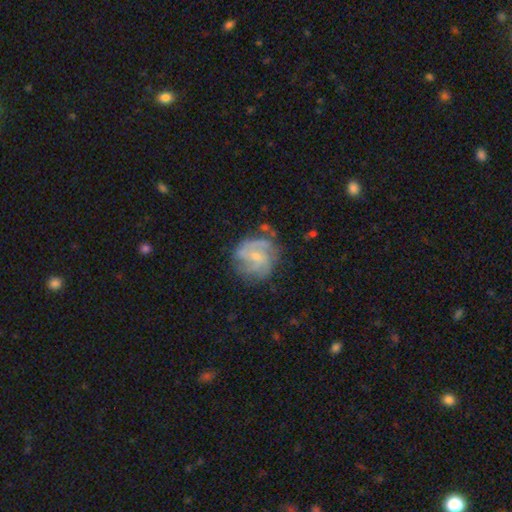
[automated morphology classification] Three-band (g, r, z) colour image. It shows a featured or disk galaxy (77%) with no bar (53%), 3 (30%) medium (45%) spiral arms (90%) and a small central bulge (68%). Merging: none (67%).